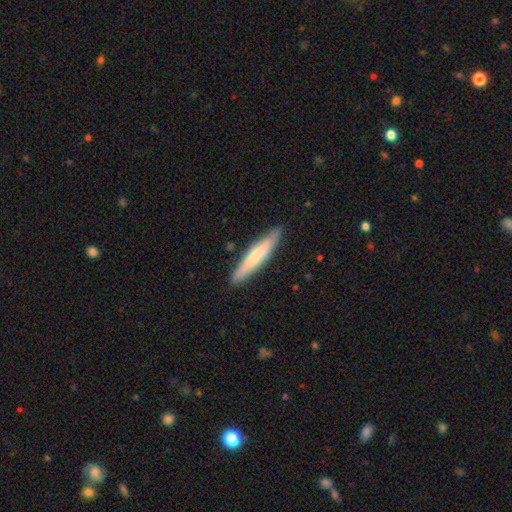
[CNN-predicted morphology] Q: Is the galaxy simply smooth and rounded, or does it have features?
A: smooth — 61%.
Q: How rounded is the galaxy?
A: cigar-shaped — 89%.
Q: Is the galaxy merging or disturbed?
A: none — 88%.